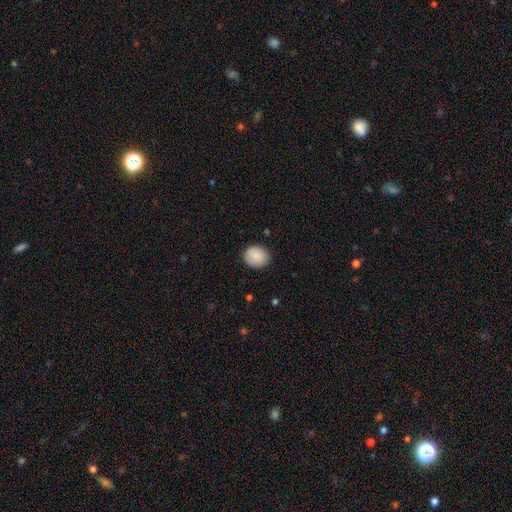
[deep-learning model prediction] smooth 87%, star or artifact 7%, featured or disk 6%. Down the decision tree: how rounded — round (74%); merging — none (86%).